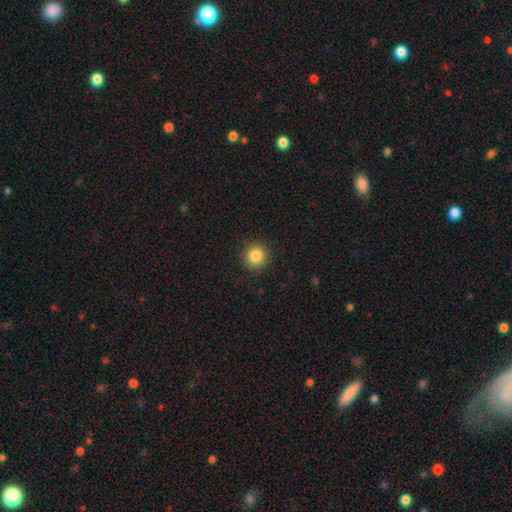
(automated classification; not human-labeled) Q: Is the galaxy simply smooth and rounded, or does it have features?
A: smooth — 85%.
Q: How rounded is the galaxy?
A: round — 94%.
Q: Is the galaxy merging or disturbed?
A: none — 91%.